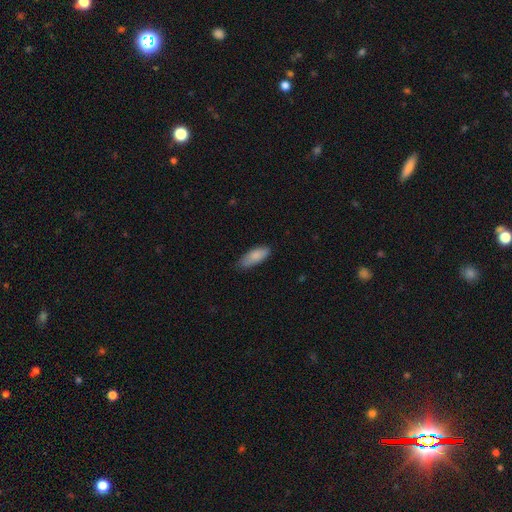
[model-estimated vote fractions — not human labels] Smooth or featured?
  - smooth: 86% *
  - featured or disk: 8%
  - star or artifact: 6%
How rounded?
  - in between: 75% *
  - cigar-shaped: 23%
  - round: 2%
Merging?
  - none: 78% *
  - minor disturbance: 18%
  - major disturbance: 3%
  - merger: 1%